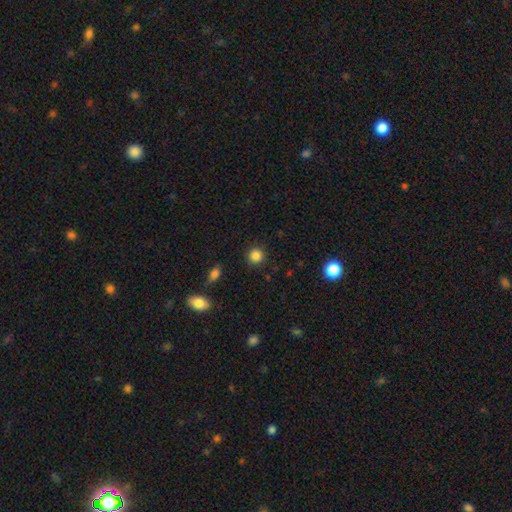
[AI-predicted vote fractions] Smooth or featured? smooth (86%)
How rounded? round (92%)
Merging? none (90%)